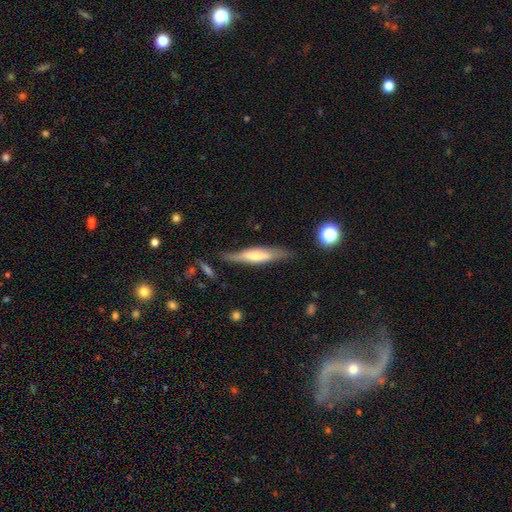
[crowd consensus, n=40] A smooth galaxy with no disk features (48%) that is cigar-shaped (53%). Merging: none (70%).